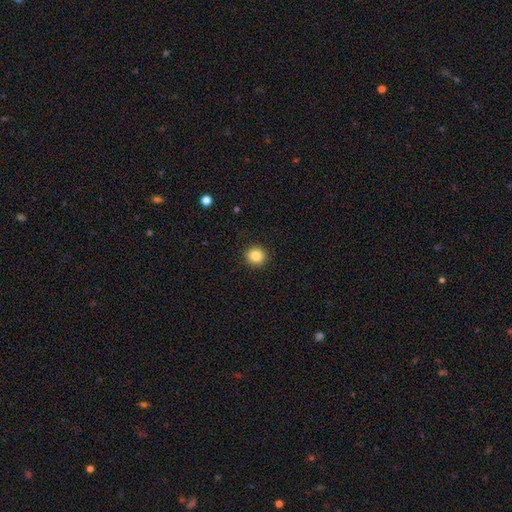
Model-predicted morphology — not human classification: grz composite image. It shows a smooth galaxy with no disk features (85%) that is round (89%). Merging: none (91%).